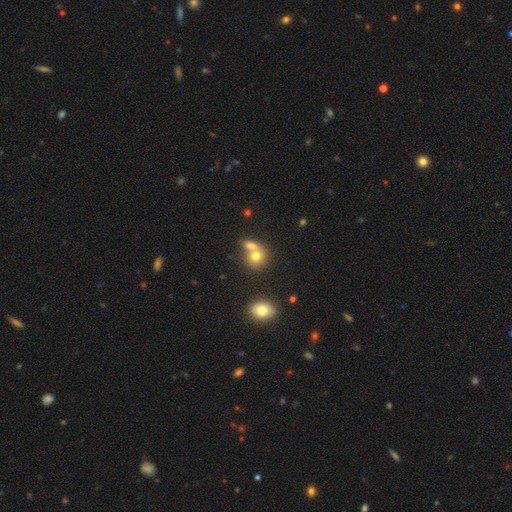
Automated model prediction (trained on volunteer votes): Overall: smooth (74%). How rounded: round (70%). Merging: merger (55%; none 34%).